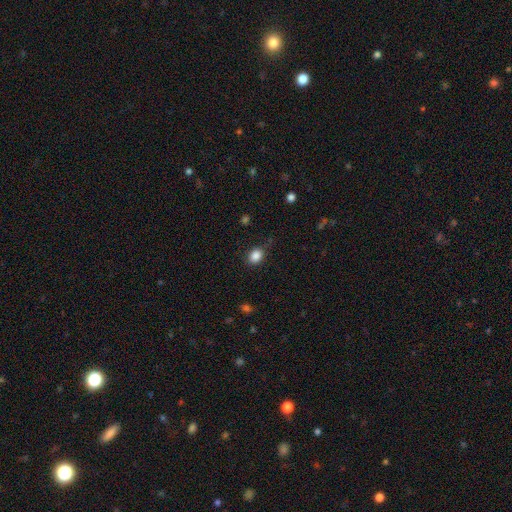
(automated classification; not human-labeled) This is clearly a smooth galaxy (86%). How rounded: possibly in between (59%). Merging: likely none (78%).